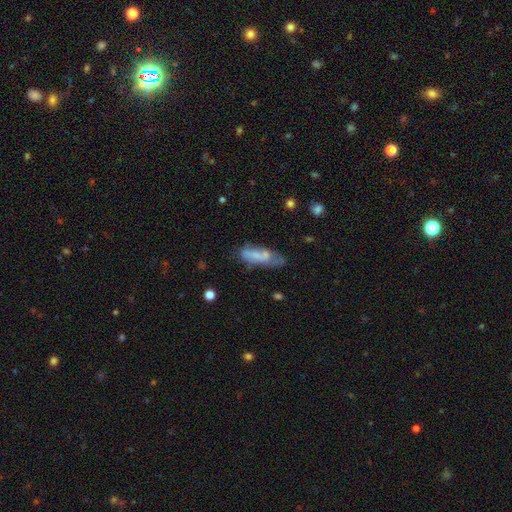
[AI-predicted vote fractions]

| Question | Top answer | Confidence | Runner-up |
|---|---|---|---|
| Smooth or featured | smooth | 58% | featured or disk (33%) |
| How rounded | in between | 55% | cigar-shaped (43%) |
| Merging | none | 44% | minor disturbance (29%) |